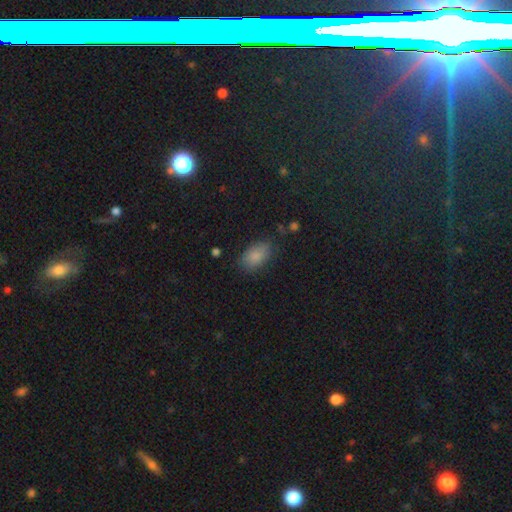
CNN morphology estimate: The model was most divided on "merging": none: 77%, minor disturbance: 16%, major disturbance: 5%, merger: 2%. More confident: how rounded — in between (91%); smooth or featured — smooth (85%).